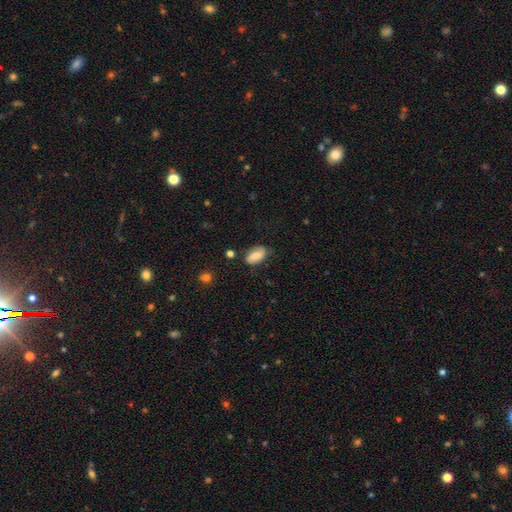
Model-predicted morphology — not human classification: smooth 77%, featured or disk 15%, star or artifact 8%. Down the decision tree: how rounded — in between (92%); merging — none (73%).